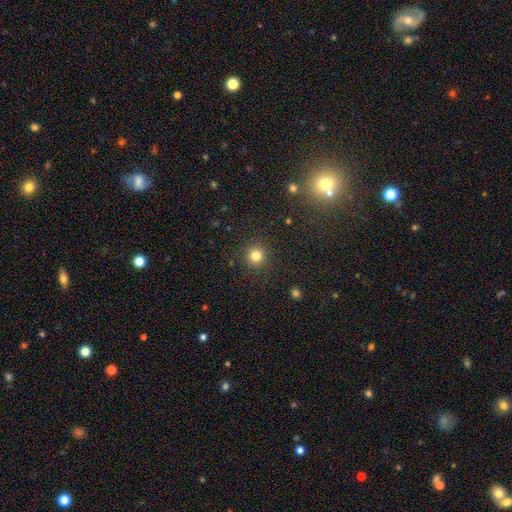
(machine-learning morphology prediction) Smooth or featured? smooth (82%)
How rounded? round (93%)
Merging? none (90%)